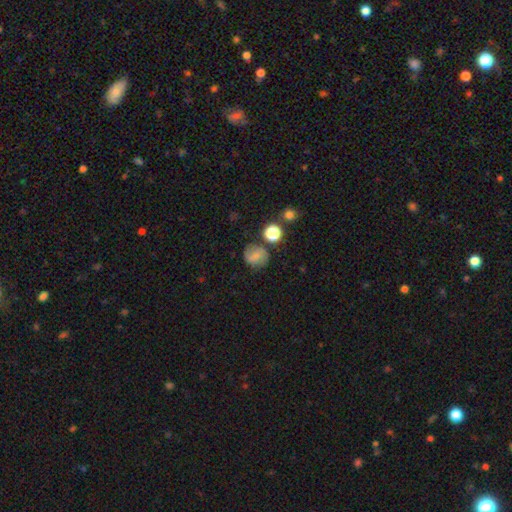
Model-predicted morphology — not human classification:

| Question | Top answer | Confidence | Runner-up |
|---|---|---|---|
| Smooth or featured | smooth | 47% | featured or disk (39%) |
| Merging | none | 71% | minor disturbance (17%) |